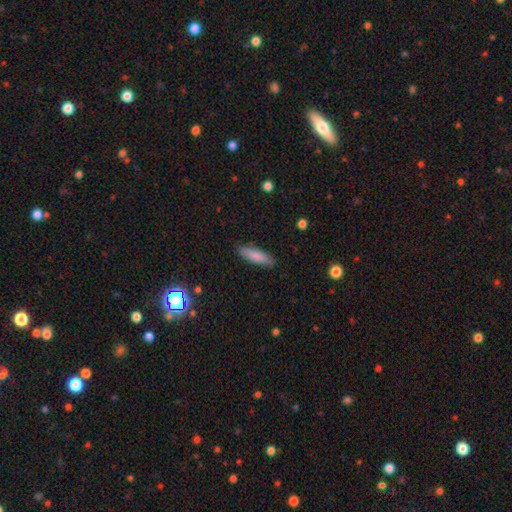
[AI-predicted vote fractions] A smooth galaxy with no disk features (84%) that is cigar-shaped (59%). Merging: none (88%).